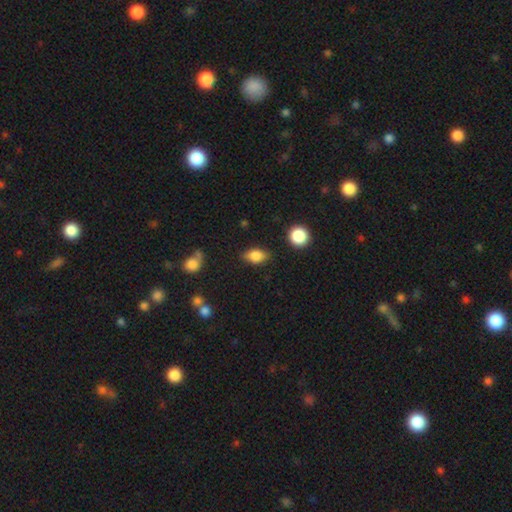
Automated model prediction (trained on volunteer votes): Smooth or featured: smooth — 79% (featured or disk — 12%)
How rounded: in between — 82% (round — 14%)
Merging: none — 80% (minor disturbance — 14%)